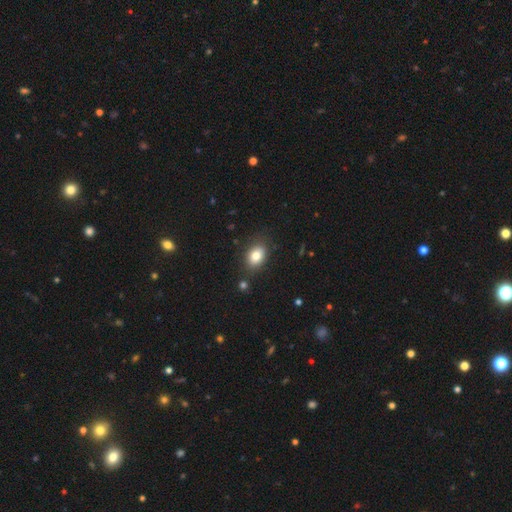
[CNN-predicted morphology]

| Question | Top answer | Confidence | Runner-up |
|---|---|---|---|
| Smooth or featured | smooth | 81% | featured or disk (10%) |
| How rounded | in between | 79% | round (20%) |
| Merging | none | 80% | minor disturbance (13%) |